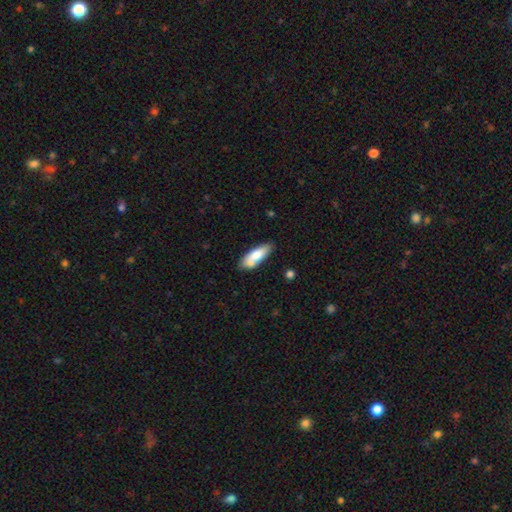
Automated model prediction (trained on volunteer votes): Q: Smooth or featured?
A: smooth (74%); runner-up: featured or disk (20%)
Q: How rounded?
A: in between (58%); runner-up: cigar-shaped (40%)
Q: Merging?
A: none (68%); runner-up: minor disturbance (19%)